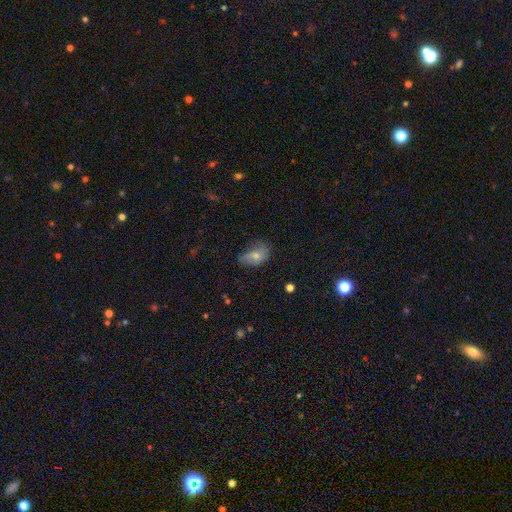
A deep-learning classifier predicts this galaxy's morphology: The model was most divided on "merging": none: 39%, minor disturbance: 36%, major disturbance: 24%, merger: 2%. More confident: how rounded — in between (80%); smooth or featured — smooth (52%).